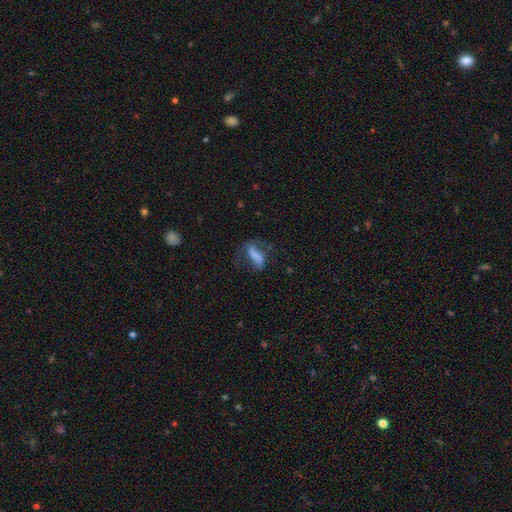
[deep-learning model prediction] Overall: smooth (47%; featured or disk 42%). Merging: major disturbance (39%; none 35%).